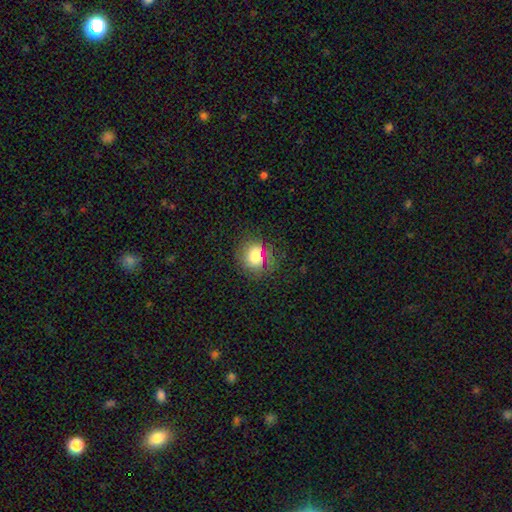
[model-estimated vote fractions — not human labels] Smooth or featured? smooth (76%)
How rounded? round (73%)
Merging? none (77%)